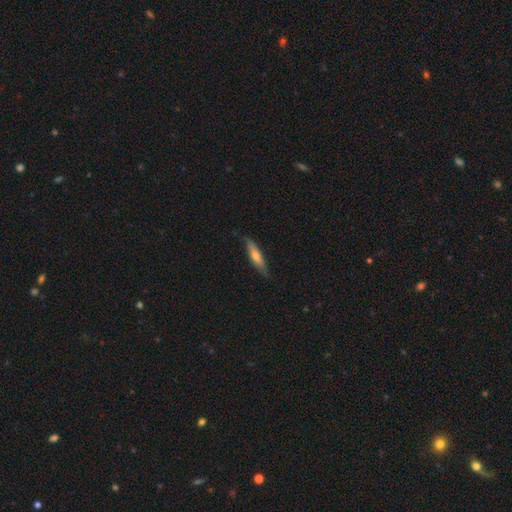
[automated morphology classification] smooth-or-featured: smooth: 51% | featured or disk: 43% | star or artifact: 6%
  how-rounded: cigar-shaped: 82% | in between: 16% | round: 2%
  merging: none: 81% | minor disturbance: 16% | major disturbance: 2% | merger: 1%